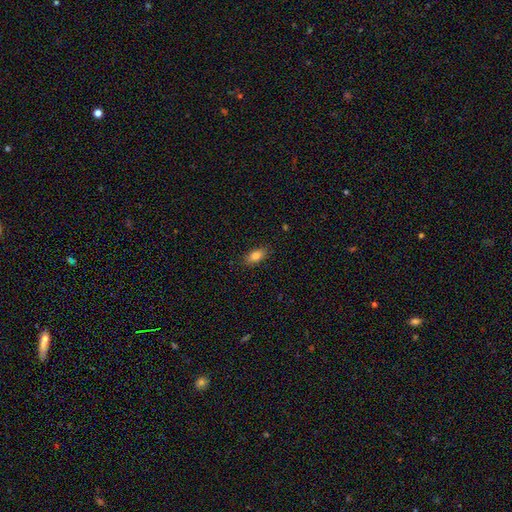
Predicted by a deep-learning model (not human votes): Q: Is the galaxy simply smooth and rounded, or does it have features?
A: smooth — 84%.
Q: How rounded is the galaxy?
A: in between — 87%.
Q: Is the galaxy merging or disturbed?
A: none — 85%.